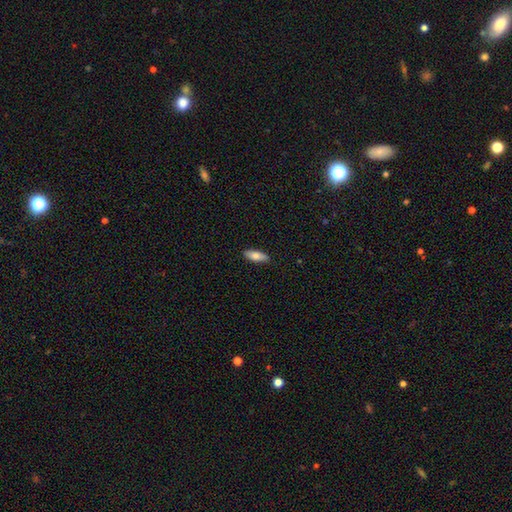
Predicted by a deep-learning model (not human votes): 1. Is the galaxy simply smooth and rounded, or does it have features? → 76% smooth, 18% featured or disk, 6% star or artifact.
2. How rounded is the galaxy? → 66% in between, 32% cigar-shaped, 2% round.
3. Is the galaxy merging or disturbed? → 89% none, 8% minor disturbance, 2% major disturbance, 1% merger.